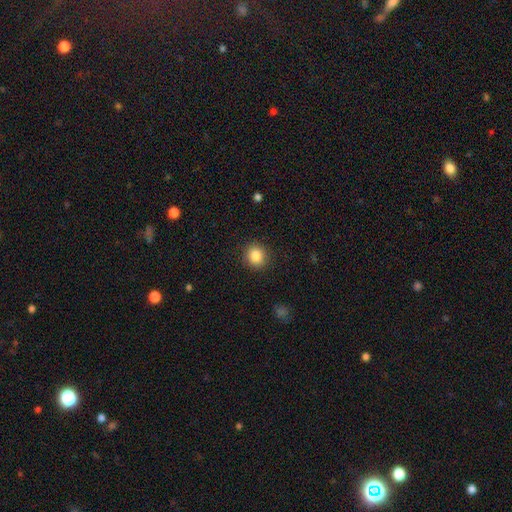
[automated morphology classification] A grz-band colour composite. It shows a smooth galaxy with no disk features (85%) that is round (85%). Merging: none (90%).